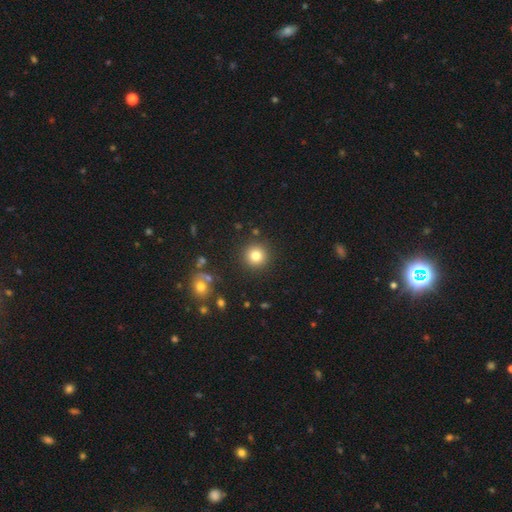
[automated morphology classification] smooth_or_featured: smooth (p=0.80) [alt: star or artifact p=0.12]
how_rounded: round (p=0.95) [alt: in between p=0.04]
merging: none (p=0.89) [alt: minor disturbance p=0.06]